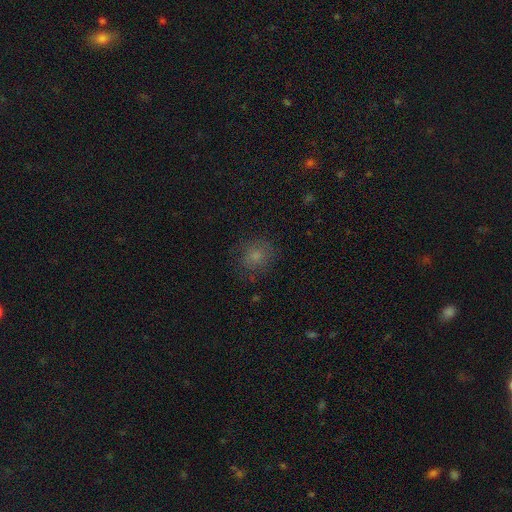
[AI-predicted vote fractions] This is likely a smooth galaxy (74%). How rounded: likely round (78%). Merging: likely none (76%).